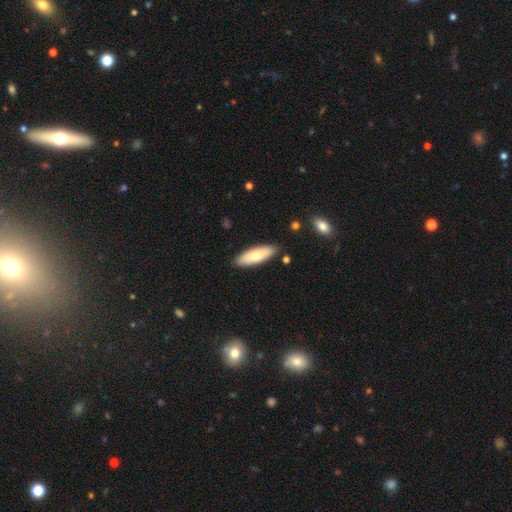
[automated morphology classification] This is likely a smooth galaxy (72%). How rounded: possibly in between (57%). Merging: clearly none (87%).